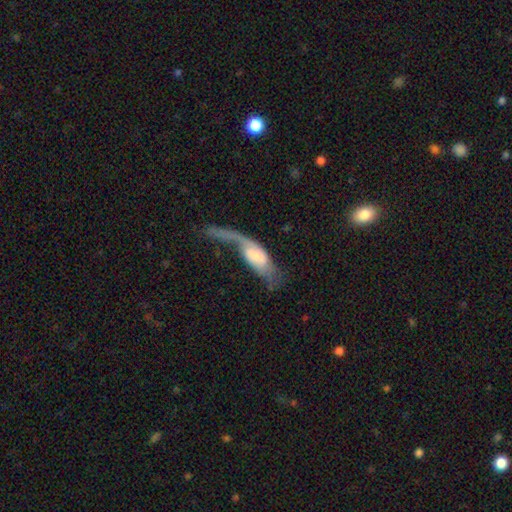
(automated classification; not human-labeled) Smooth or featured? Predicted: featured or disk (p=0.51). Edge-on disk? Predicted: no (p=0.86). Merging? Predicted: major disturbance (p=0.57).